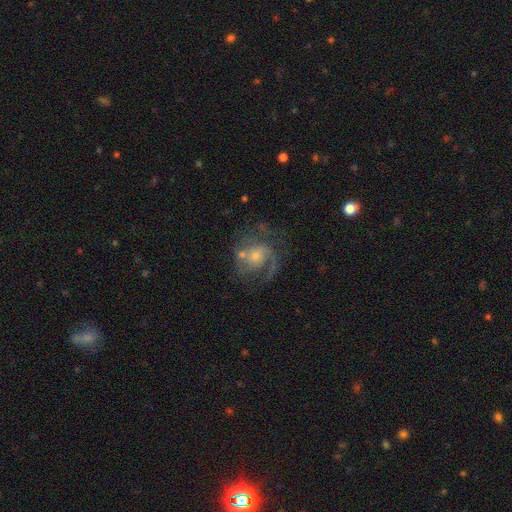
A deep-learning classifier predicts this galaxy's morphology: A featured or disk galaxy (83%) with no bar (67%), 2 (50%) medium (49%) spiral arms (94%) and a small central bulge (55%).

Vote fractions:
- Smooth or featured? featured or disk: 83% / smooth: 10% / star or artifact: 7%
- Edge-on disk? no: 98% / yes: 2%
- Bar? no: 67% / weak: 29% / strong: 4%
- Spiral arms? yes: 94% / no: 6%
- Spiral winding? medium: 49% / tight: 30% / loose: 22%
- Spiral arm count? 2: 50% / 1: 25% / can't tell: 12% / 3: 9% / 4: 3% / more than 4: 3%
- Bulge size? small: 55% / moderate: 35% / none: 5% / large: 3% / dominant: 1%
- Merging? none: 60% / major disturbance: 18% / minor disturbance: 16% / merger: 6%